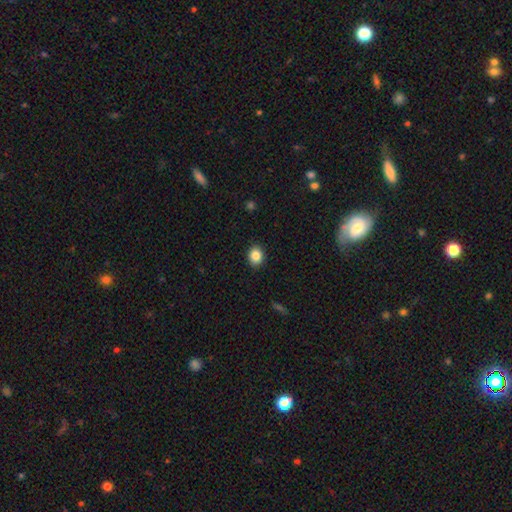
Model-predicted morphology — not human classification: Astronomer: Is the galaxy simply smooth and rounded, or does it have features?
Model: smooth — 86%.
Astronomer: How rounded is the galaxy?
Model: round — 56% (runner-up: in between, 43%).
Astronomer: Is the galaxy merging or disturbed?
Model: none — 89%.